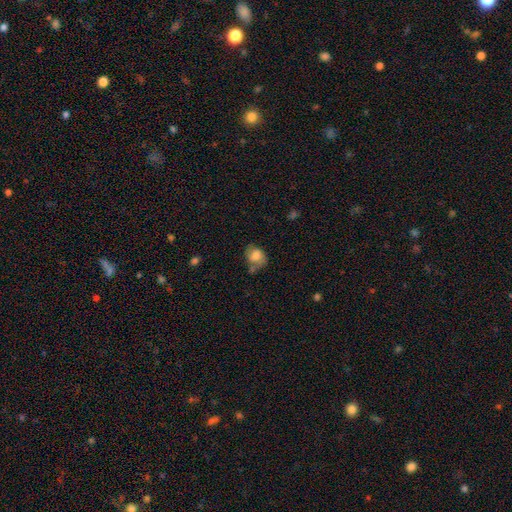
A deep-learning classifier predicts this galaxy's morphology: Overall: smooth (62%; featured or disk 28%). How rounded: in between (55%; round 43%). Merging: none (42%; minor disturbance 31%).